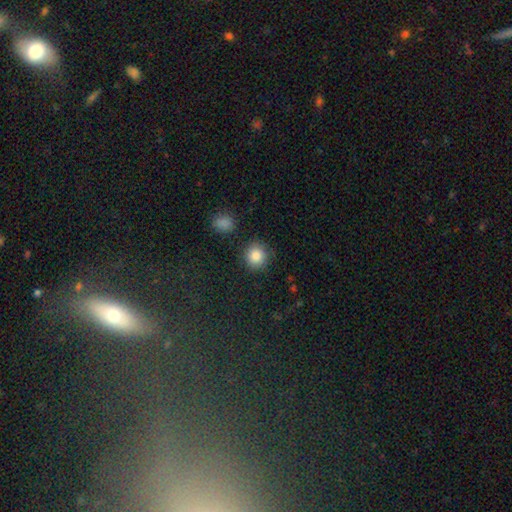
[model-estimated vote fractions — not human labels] Smooth or featured? Predicted: smooth (p=0.86). How rounded? Predicted: round (p=0.90). Merging? Predicted: none (p=0.85).